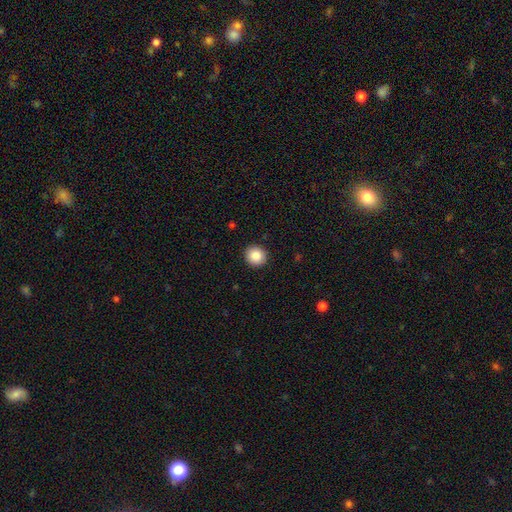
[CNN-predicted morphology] A smooth galaxy with no disk features (89%) that is round (91%). Merging: none (92%).